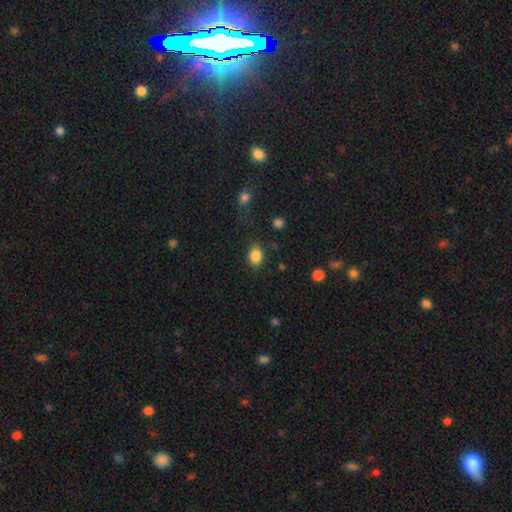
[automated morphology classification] smooth 86%, star or artifact 9%, featured or disk 5%. Down the decision tree: how rounded — in between (63%); merging — none (81%).